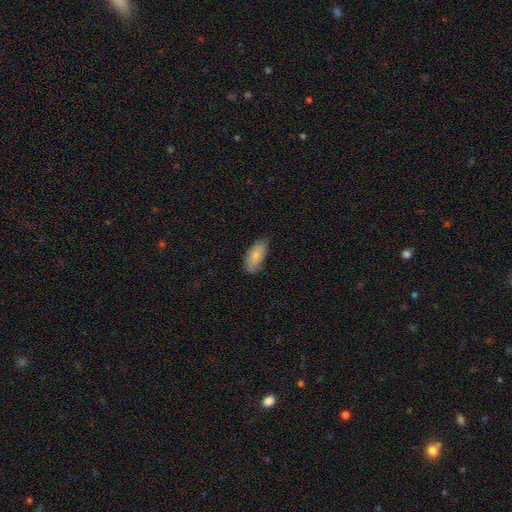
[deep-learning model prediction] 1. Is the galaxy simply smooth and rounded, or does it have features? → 81% smooth, 13% featured or disk, 6% star or artifact.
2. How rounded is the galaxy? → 88% in between, 10% cigar-shaped, 2% round.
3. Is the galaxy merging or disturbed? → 74% none, 22% minor disturbance, 3% major disturbance, 1% merger.